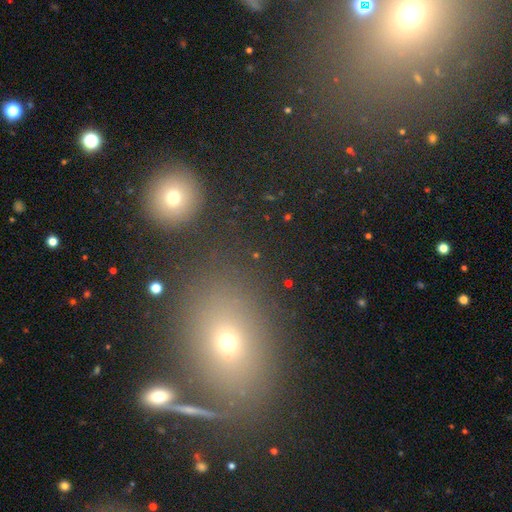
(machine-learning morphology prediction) This is possibly a smooth galaxy (53%). How rounded: likely round (66%). Merging: likely none (73%).